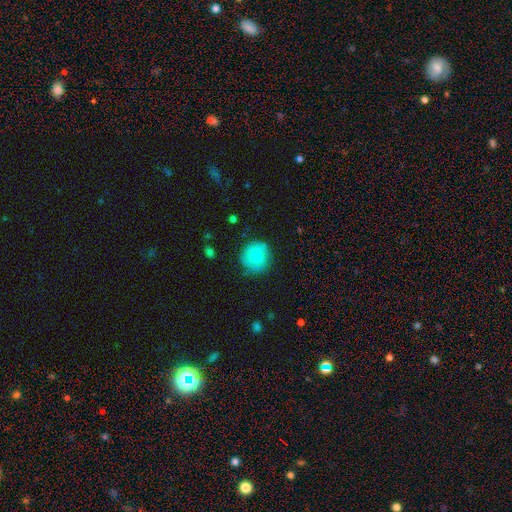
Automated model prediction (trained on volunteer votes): Morphology: type=smooth (76%); roundness=round (93%); merging=none (80%).